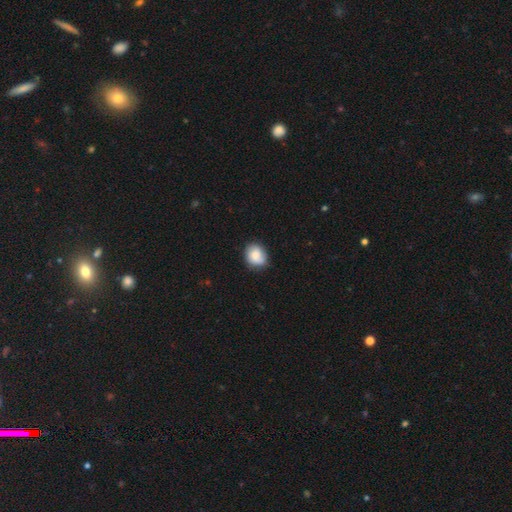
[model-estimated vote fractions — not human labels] Q: Smooth or featured?
A: smooth (80%); runner-up: featured or disk (12%)
Q: How rounded?
A: round (63%); runner-up: in between (36%)
Q: Merging?
A: none (74%); runner-up: minor disturbance (20%)